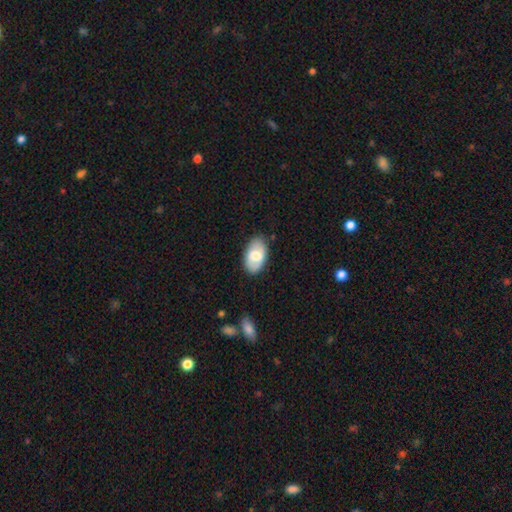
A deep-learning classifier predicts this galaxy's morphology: A smooth galaxy with no disk features (62%) that is in between round and cigar-shaped (93%).

Vote fractions:
- Smooth or featured? smooth: 62% / featured or disk: 33% / star or artifact: 6%
- How rounded? in between: 93% / round: 6% / cigar-shaped: 1%
- Merging? none: 84% / minor disturbance: 12% / major disturbance: 3% / merger: 1%